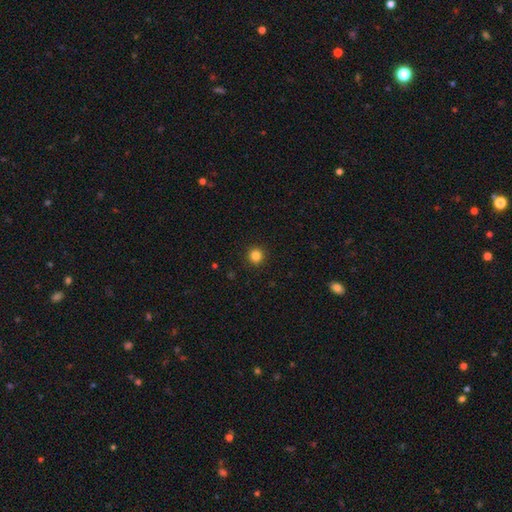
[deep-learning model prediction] A smooth galaxy with no disk features (84%) that is round (95%).

Vote fractions:
- Smooth or featured? smooth: 84% / star or artifact: 12% / featured or disk: 4%
- How rounded? round: 95% / in between: 4% / cigar-shaped: 1%
- Merging? none: 93% / minor disturbance: 5% / major disturbance: 2% / merger: 1%